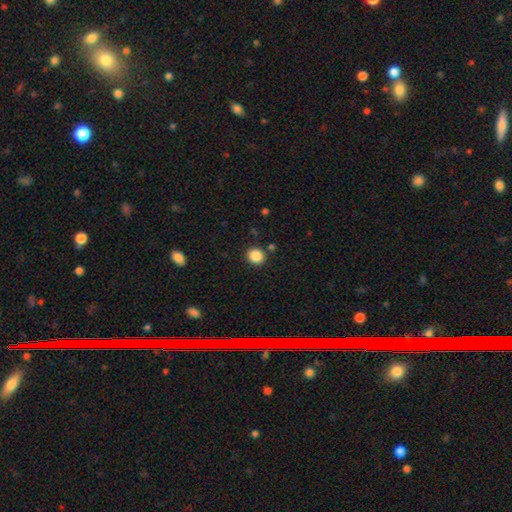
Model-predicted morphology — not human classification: Overall: smooth (87%). How rounded: round (83%). Merging: none (88%).